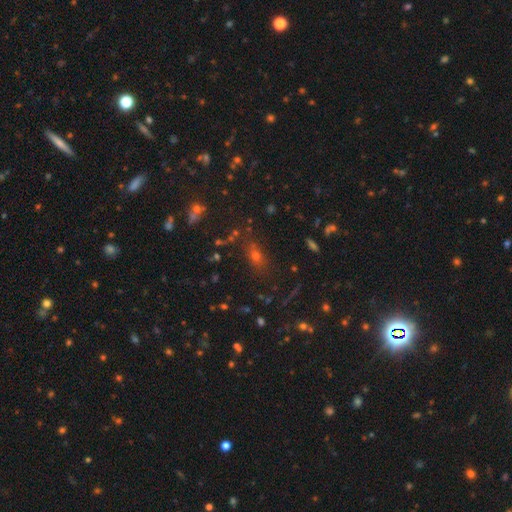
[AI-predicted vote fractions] A star or artifact, not a galaxy (50%).

Vote fractions:
- Smooth or featured? star or artifact: 50% / smooth: 35% / featured or disk: 14%